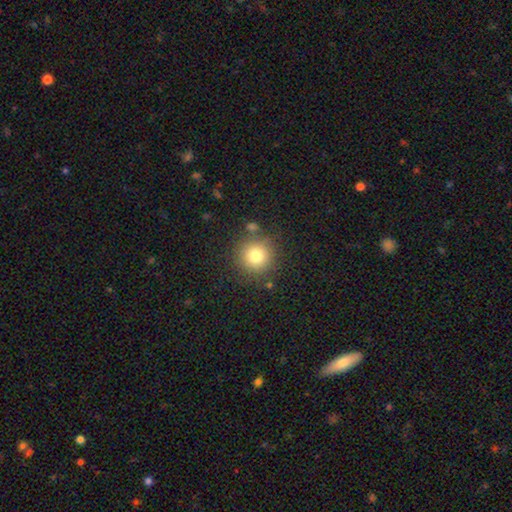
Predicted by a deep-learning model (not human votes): Smooth or featured: smooth — 79% (star or artifact — 13%)
How rounded: round — 95% (in between — 4%)
Merging: none — 84% (minor disturbance — 9%)